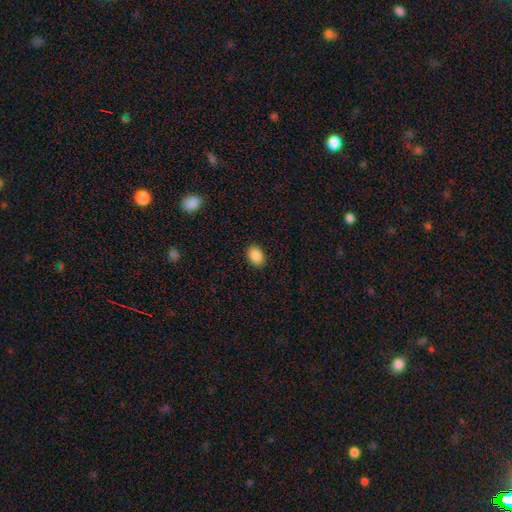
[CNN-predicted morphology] type=smooth (88%); roundness=in between (79%); merging=none (89%).